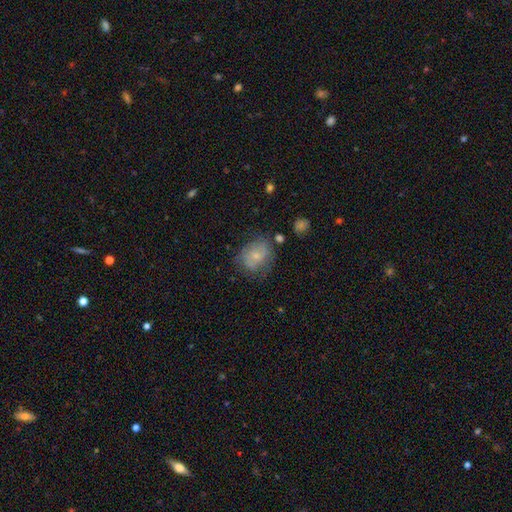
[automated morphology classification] Smooth or featured? Predicted: smooth (p=0.57). How rounded? Predicted: in between (p=0.50). Merging? Predicted: none (p=0.56).